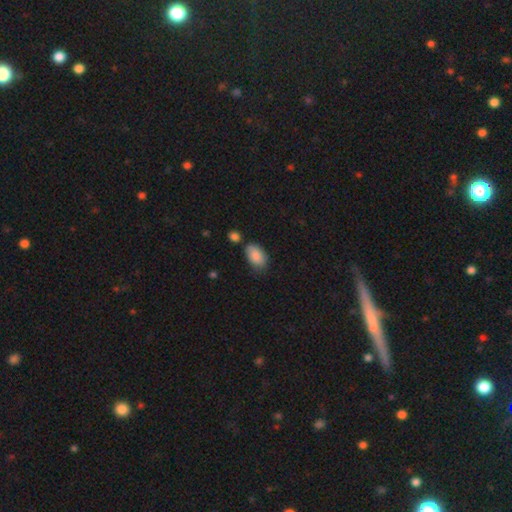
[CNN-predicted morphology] smooth_or_featured: smooth (p=0.88) [alt: star or artifact p=0.07]
how_rounded: in between (p=0.93) [alt: round p=0.05]
merging: none (p=0.65) [alt: minor disturbance p=0.23]